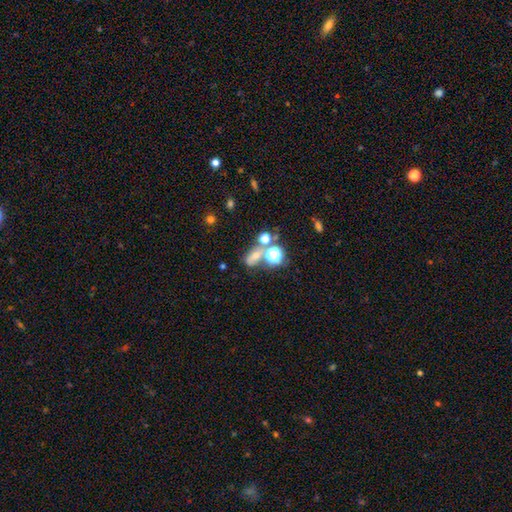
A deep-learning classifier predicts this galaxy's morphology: Smooth or featured? Predicted: smooth (p=0.50). How rounded? Predicted: in between (p=0.54). Merging? Predicted: none (p=0.47).